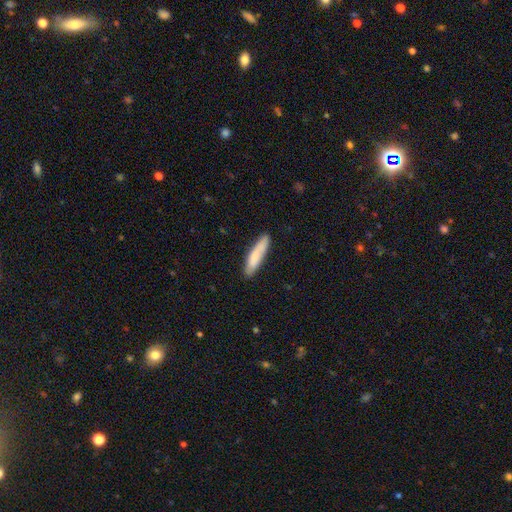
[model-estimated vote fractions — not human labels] Overall: smooth (79%). How rounded: cigar-shaped (80%). Merging: none (82%).